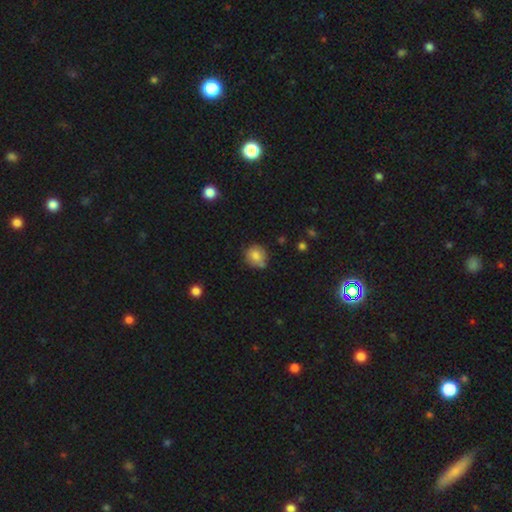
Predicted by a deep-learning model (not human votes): Smooth or featured: smooth — 80% (featured or disk — 11%)
How rounded: round — 84% (in between — 15%)
Merging: none — 71% (minor disturbance — 18%)